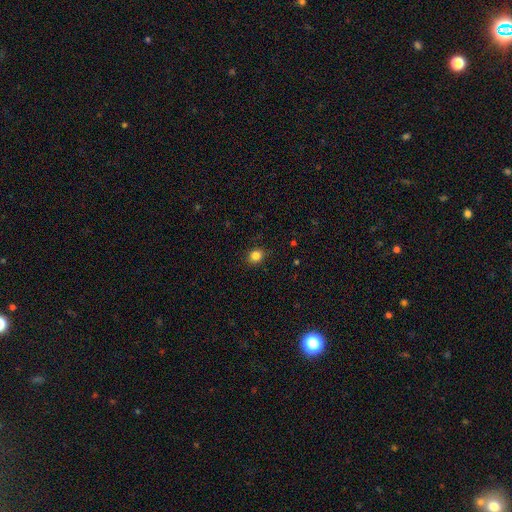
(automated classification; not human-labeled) Q: Smooth or featured?
A: smooth (84%); runner-up: star or artifact (12%)
Q: How rounded?
A: round (76%); runner-up: in between (23%)
Q: Merging?
A: none (89%); runner-up: minor disturbance (8%)